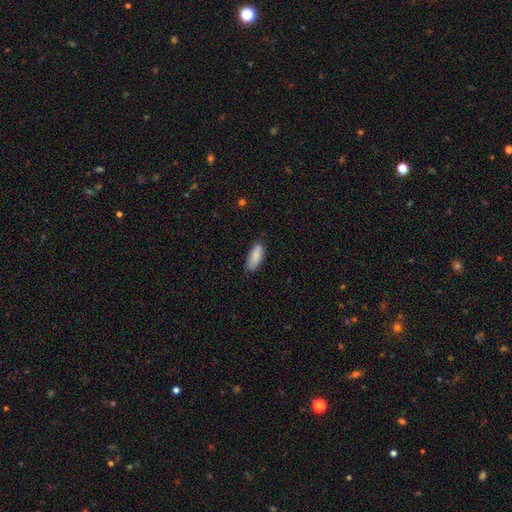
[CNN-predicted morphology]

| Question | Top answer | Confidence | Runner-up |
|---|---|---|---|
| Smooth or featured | smooth | 87% | featured or disk (7%) |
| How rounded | in between | 77% | cigar-shaped (22%) |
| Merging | none | 78% | minor disturbance (18%) |